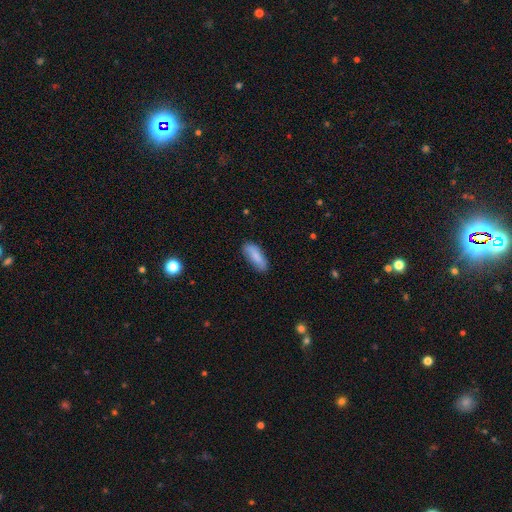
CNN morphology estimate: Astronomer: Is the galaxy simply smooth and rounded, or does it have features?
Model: smooth — 83%.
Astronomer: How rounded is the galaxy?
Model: in between — 69%.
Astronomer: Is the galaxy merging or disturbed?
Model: none — 74%.